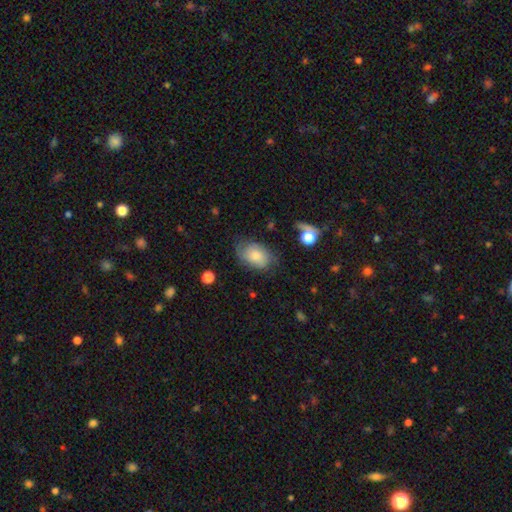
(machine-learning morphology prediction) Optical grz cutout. It shows a smooth galaxy with no disk features (67%) that is in between round and cigar-shaped (82%). Merging: none (61%).